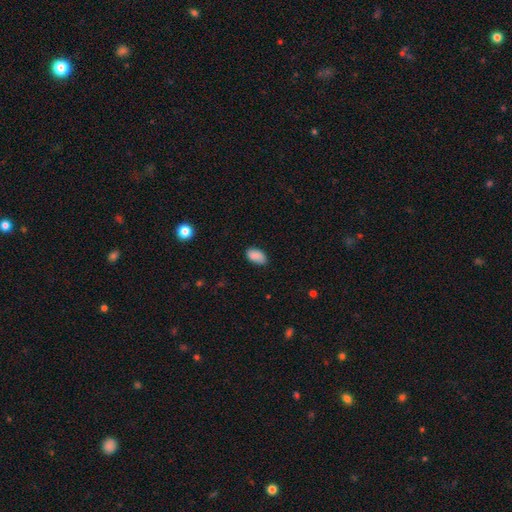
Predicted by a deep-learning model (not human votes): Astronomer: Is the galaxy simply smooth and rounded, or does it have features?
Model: smooth — 87%.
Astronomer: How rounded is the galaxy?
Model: in between — 93%.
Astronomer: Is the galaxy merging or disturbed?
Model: none — 77%.